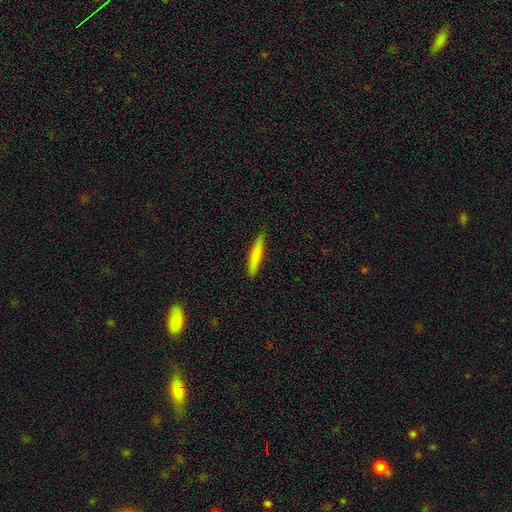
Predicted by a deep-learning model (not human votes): Smooth or featured?
  - smooth: 77% *
  - featured or disk: 17%
  - star or artifact: 6%
How rounded?
  - cigar-shaped: 92% *
  - in between: 6%
  - round: 1%
Merging?
  - none: 87% *
  - minor disturbance: 10%
  - major disturbance: 2%
  - merger: 1%